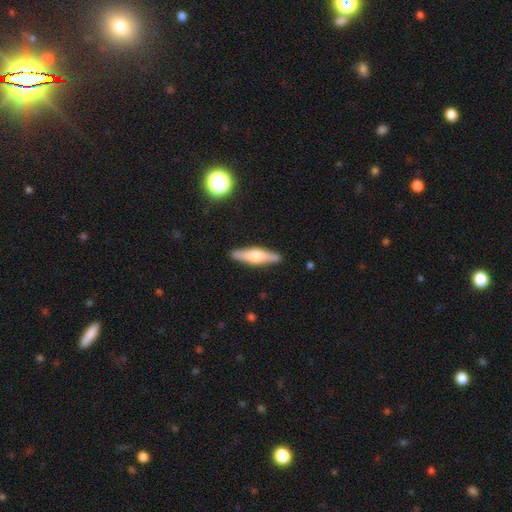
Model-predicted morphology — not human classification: Smooth or featured? Predicted: featured or disk (p=0.49). Merging? Predicted: none (p=0.88).